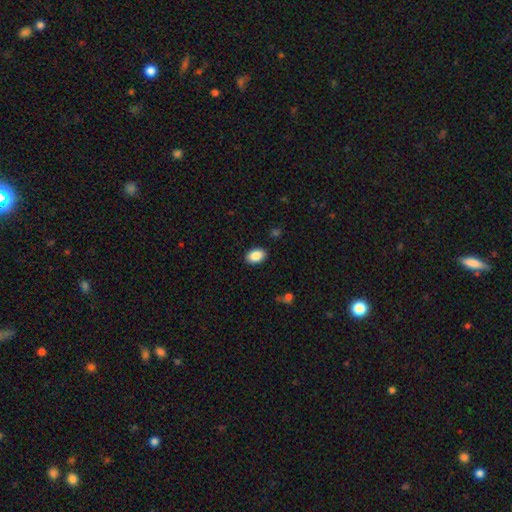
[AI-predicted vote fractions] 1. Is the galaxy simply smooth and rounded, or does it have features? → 88% smooth, 7% star or artifact, 4% featured or disk.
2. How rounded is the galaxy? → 86% in between, 13% round, 1% cigar-shaped.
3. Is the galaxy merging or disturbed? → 89% none, 8% minor disturbance, 2% major disturbance, 1% merger.